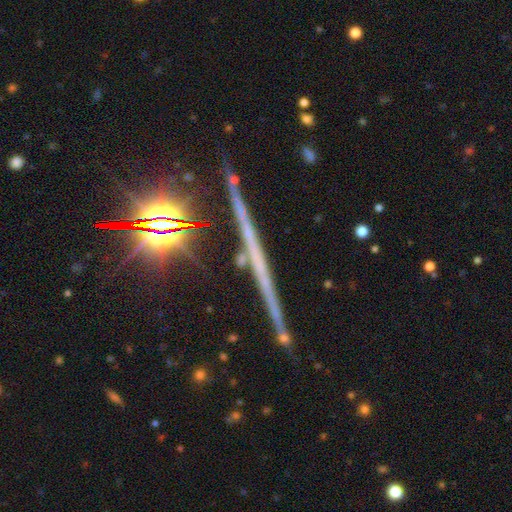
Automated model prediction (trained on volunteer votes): featured or disk 61%, star or artifact 24%, smooth 15%. Down the decision tree: edge-on disk — yes (97%); edge-on bulge — none (81%); merging — none (86%).